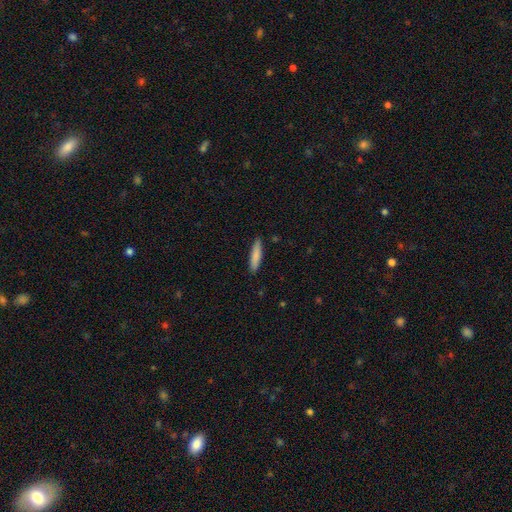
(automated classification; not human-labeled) Overall: smooth (82%). How rounded: cigar-shaped (85%). Merging: none (89%).